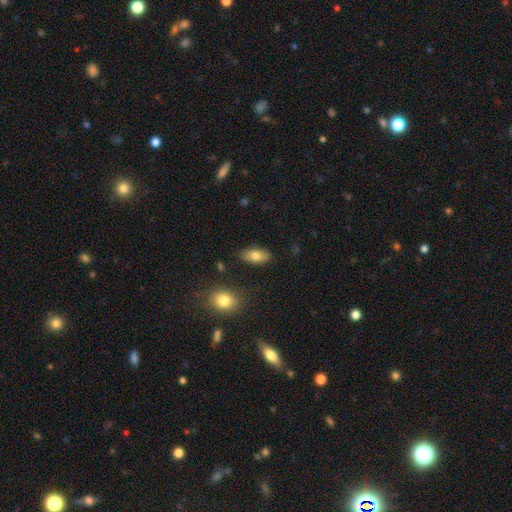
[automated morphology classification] The model was most divided on "smooth or featured": smooth: 79%, featured or disk: 14%, star or artifact: 7%. More confident: how rounded — in between (91%); merging — none (85%).